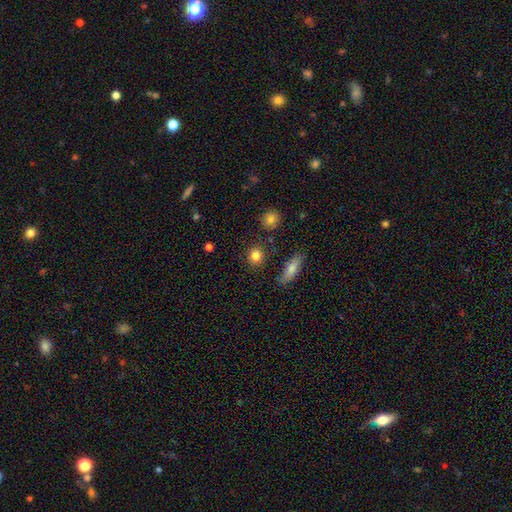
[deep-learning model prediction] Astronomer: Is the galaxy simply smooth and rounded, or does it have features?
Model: smooth — 85%.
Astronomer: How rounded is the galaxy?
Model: round — 82%.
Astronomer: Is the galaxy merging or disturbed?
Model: none — 85%.